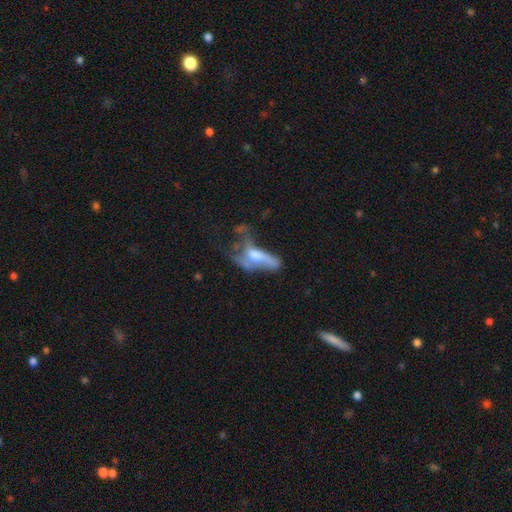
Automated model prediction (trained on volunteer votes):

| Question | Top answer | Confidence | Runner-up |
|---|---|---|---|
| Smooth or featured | featured or disk | 54% | smooth (34%) |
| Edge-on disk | no | 81% | yes (19%) |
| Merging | major disturbance | 46% | none (21%) |